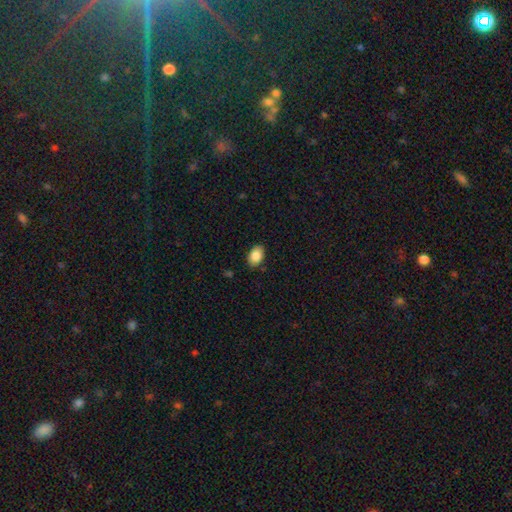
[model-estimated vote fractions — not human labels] Smooth or featured? Predicted: smooth (p=0.87). How rounded? Predicted: in between (p=0.86). Merging? Predicted: none (p=0.85).